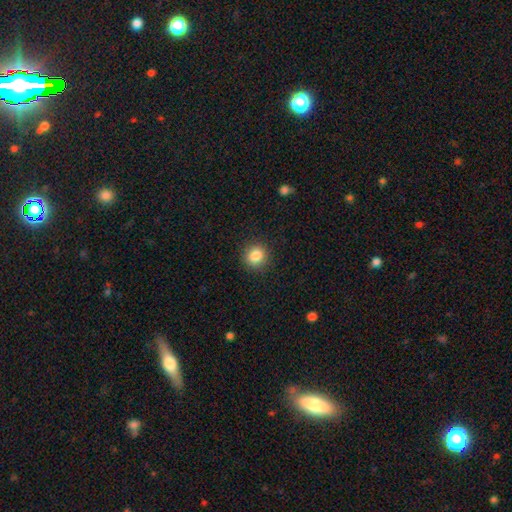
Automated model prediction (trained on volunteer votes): Morphology: type=smooth (85%); roundness=round (85%); merging=none (90%).